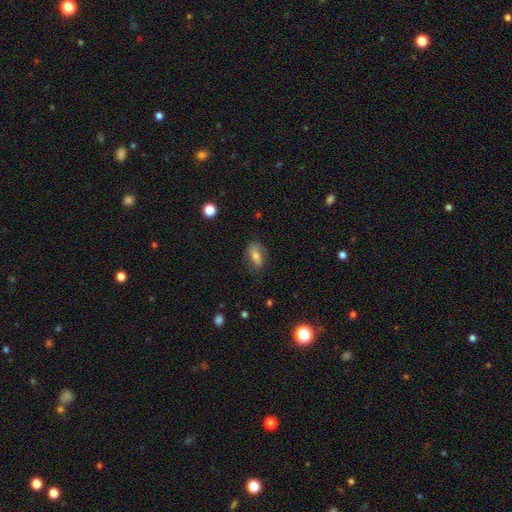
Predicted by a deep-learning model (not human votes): Smooth or featured: smooth — 69% (featured or disk — 21%)
How rounded: in between — 80% (cigar-shaped — 13%)
Merging: none — 74% (minor disturbance — 18%)